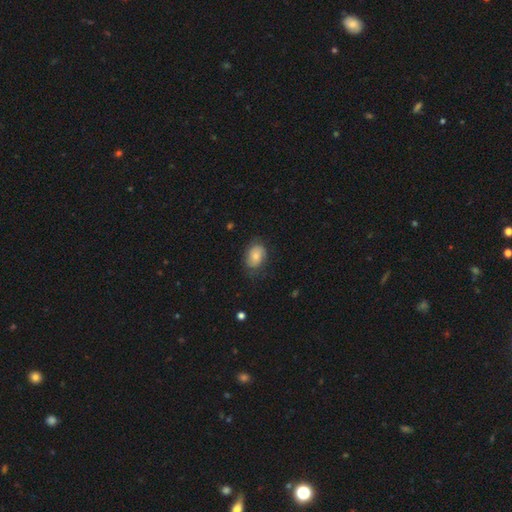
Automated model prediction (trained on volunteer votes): This is likely a smooth galaxy (67%). How rounded: likely in between (76%). Merging: likely none (69%).